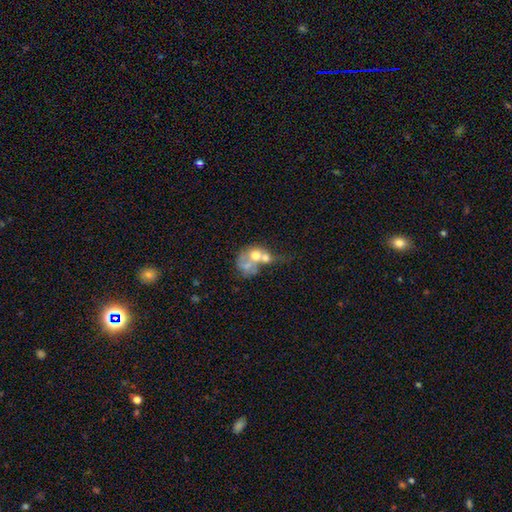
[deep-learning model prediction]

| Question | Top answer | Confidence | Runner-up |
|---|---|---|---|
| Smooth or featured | featured or disk | 47% | smooth (40%) |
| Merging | merger | 62% | major disturbance (16%) |